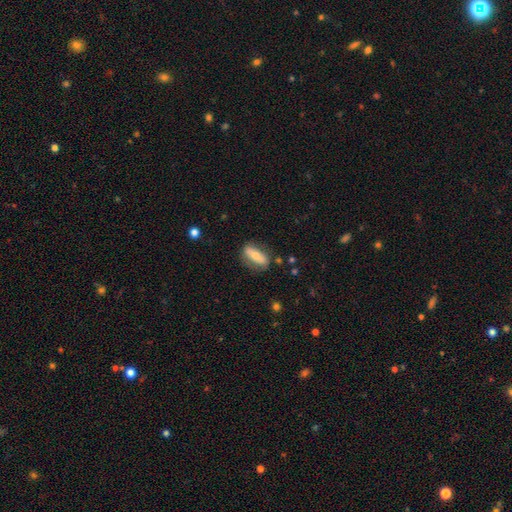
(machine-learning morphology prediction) Smooth or featured? Predicted: smooth (p=0.60). How rounded? Predicted: in between (p=0.70). Merging? Predicted: none (p=0.74).